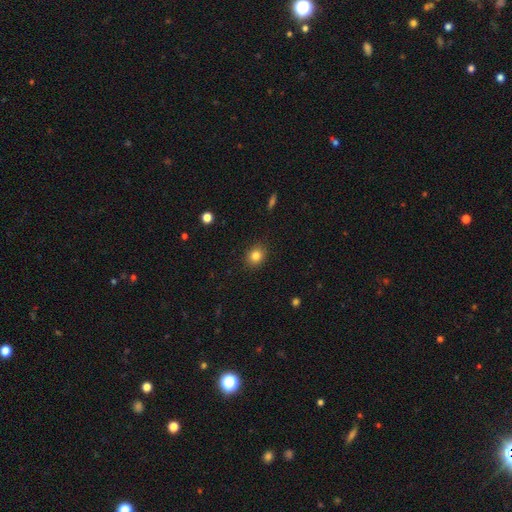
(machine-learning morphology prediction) This is clearly a smooth galaxy (83%). How rounded: likely round (66%). Merging: clearly none (89%).